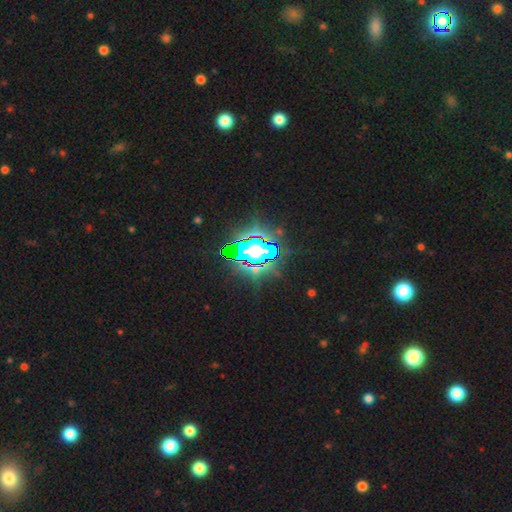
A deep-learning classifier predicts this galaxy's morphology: star or artifact 66%, featured or disk 20%, smooth 14%.